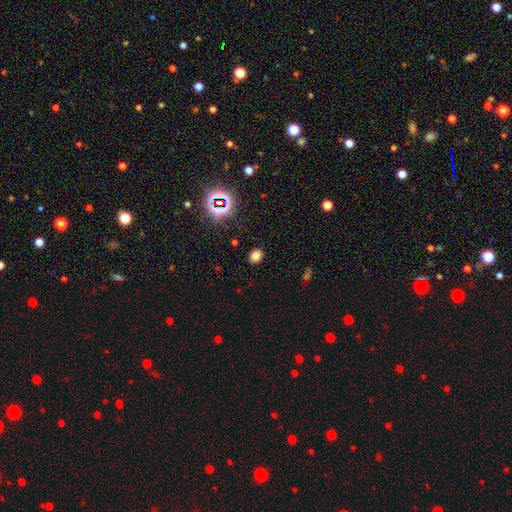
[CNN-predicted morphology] Smooth or featured? smooth (75%)
How rounded? round (52%)
Merging? none (88%)